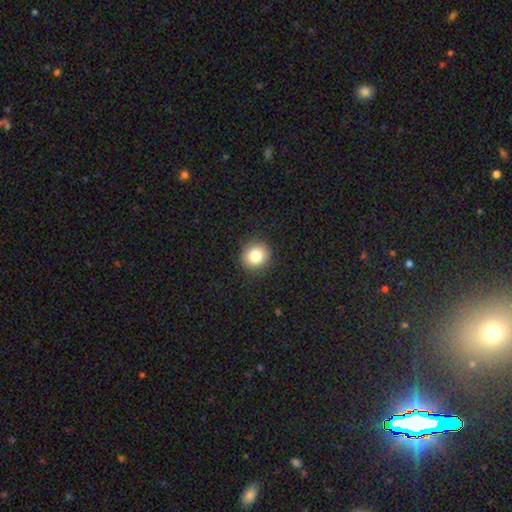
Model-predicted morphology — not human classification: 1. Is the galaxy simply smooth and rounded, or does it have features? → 83% smooth, 10% star or artifact, 7% featured or disk.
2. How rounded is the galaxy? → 87% round, 12% in between, 1% cigar-shaped.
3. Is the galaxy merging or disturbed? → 91% none, 6% minor disturbance, 2% major disturbance, 1% merger.